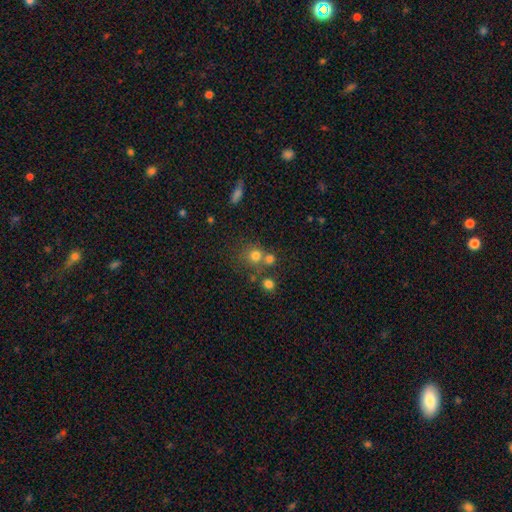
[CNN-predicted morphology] Smooth or featured? Predicted: smooth (p=0.74). How rounded? Predicted: round (p=0.85). Merging? Predicted: none (p=0.54).